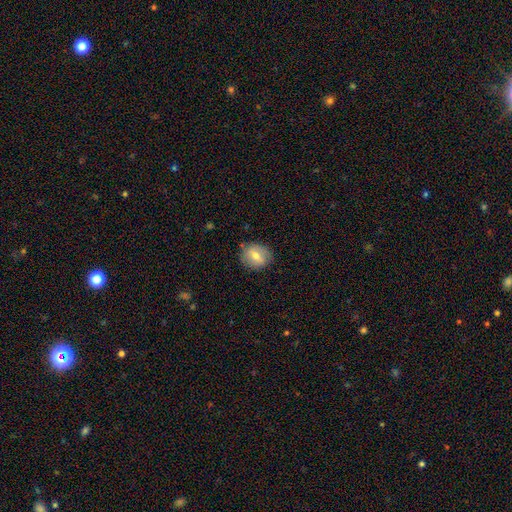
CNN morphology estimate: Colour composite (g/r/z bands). It shows a smooth galaxy with no disk features (62%) that is round (63%). Merging: none (79%).